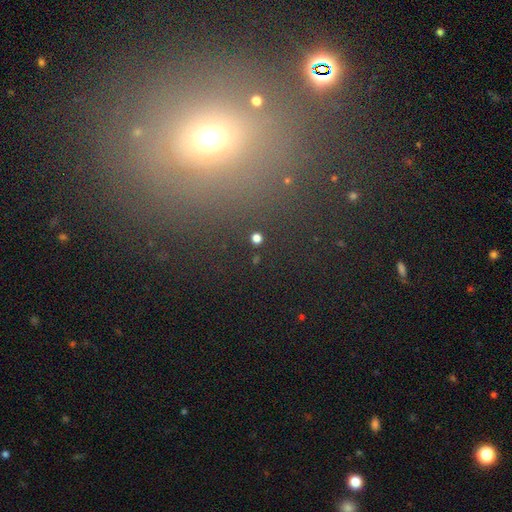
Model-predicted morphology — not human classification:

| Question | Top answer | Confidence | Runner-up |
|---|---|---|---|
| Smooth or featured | smooth | 44% | star or artifact (43%) |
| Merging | none | 79% | minor disturbance (10%) |